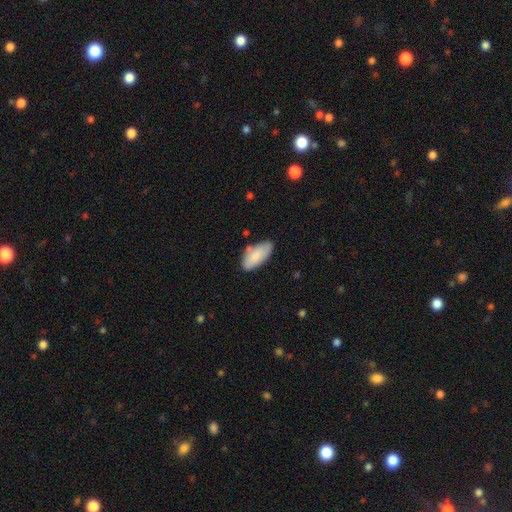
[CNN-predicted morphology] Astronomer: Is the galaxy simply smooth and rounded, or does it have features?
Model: smooth — 84%.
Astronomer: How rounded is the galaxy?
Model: in between — 90%.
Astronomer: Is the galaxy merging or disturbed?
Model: none — 71%.